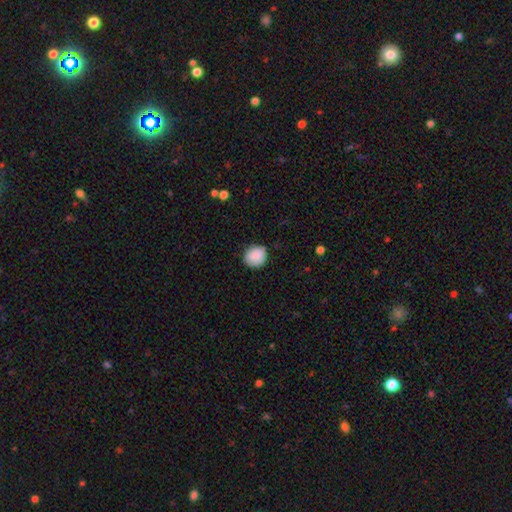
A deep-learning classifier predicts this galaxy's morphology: Overall: smooth (88%). How rounded: round (79%). Merging: none (84%).